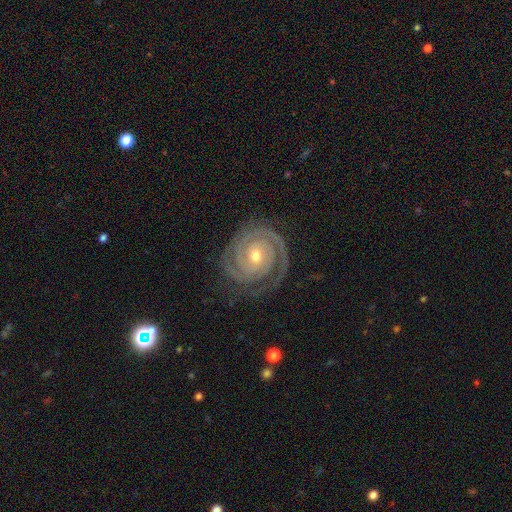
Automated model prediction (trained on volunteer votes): Smooth or featured? featured or disk (93%)
Edge-on disk? no (97%)
Bar? no (63%)
Spiral arms? yes (99%)
Spiral winding? tight (86%)
Spiral arm count? 2 (69%)
Bulge size? moderate (50%)
Merging? none (81%)